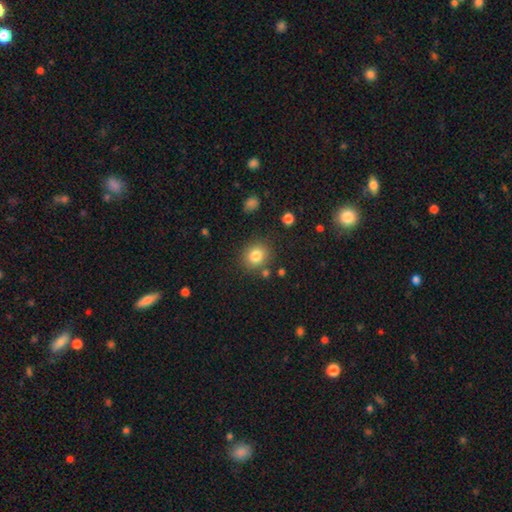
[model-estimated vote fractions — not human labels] Morphology: type=smooth (82%); roundness=round (79%); merging=none (82%).